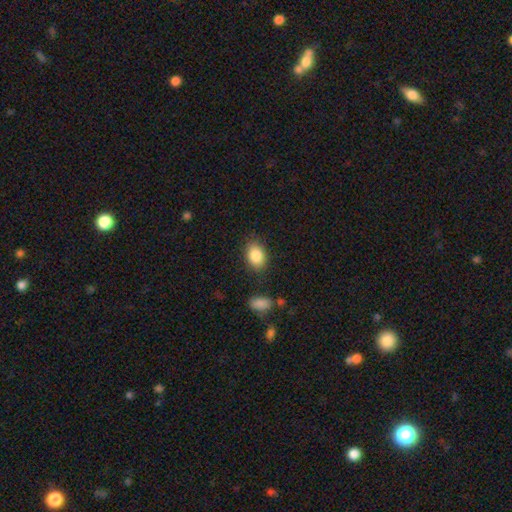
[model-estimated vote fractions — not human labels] Smooth or featured? smooth (86%)
How rounded? in between (80%)
Merging? none (81%)